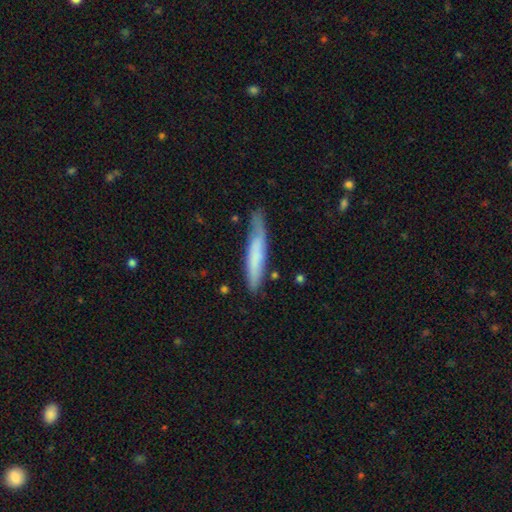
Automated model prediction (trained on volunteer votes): A smooth galaxy with no disk features (62%) that is cigar-shaped (90%).

Vote fractions:
- Smooth or featured? smooth: 62% / featured or disk: 32% / star or artifact: 6%
- How rounded? cigar-shaped: 90% / in between: 8% / round: 1%
- Merging? none: 70% / minor disturbance: 23% / major disturbance: 5% / merger: 3%